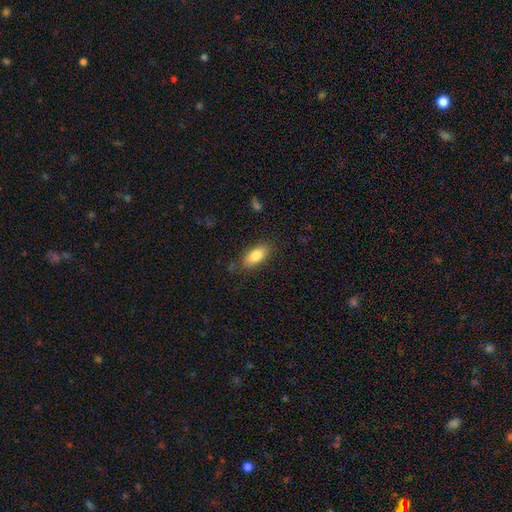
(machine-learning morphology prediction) A smooth galaxy with no disk features (83%) that is in between round and cigar-shaped (87%). Merging: none (81%).